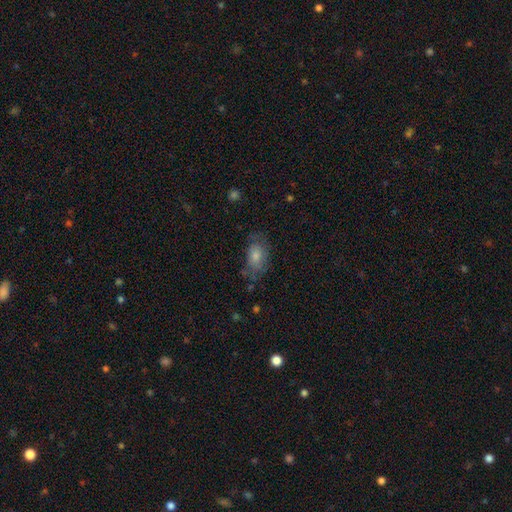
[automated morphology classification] Smooth or featured?
  - smooth: 59% *
  - featured or disk: 29%
  - star or artifact: 12%
How rounded?
  - in between: 84% *
  - round: 12%
  - cigar-shaped: 4%
Merging?
  - none: 62% *
  - minor disturbance: 24%
  - major disturbance: 12%
  - merger: 2%